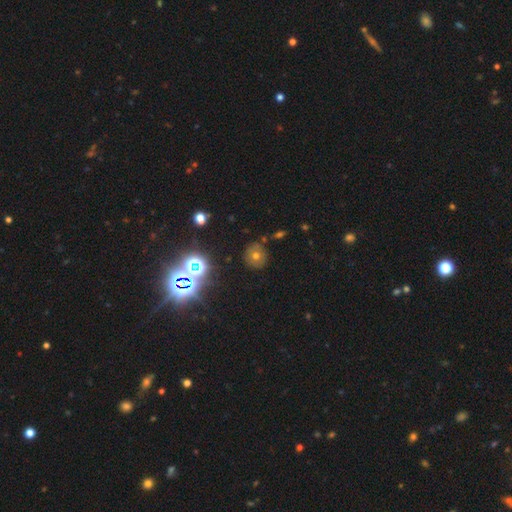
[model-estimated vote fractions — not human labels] smooth 55%, star or artifact 26%, featured or disk 19%. Down the decision tree: how rounded — round (87%); merging — none (81%).